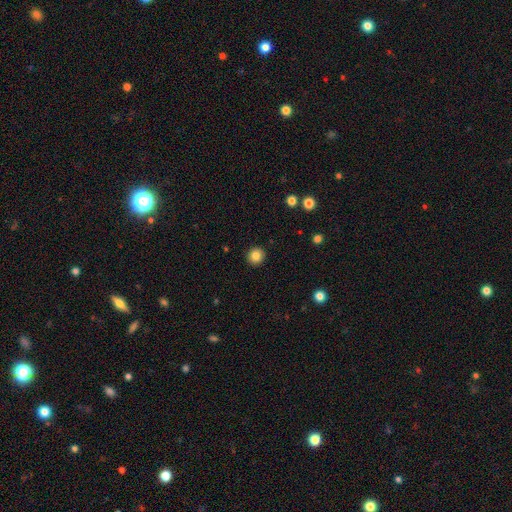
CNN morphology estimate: type=smooth (84%); roundness=round (93%); merging=none (93%).